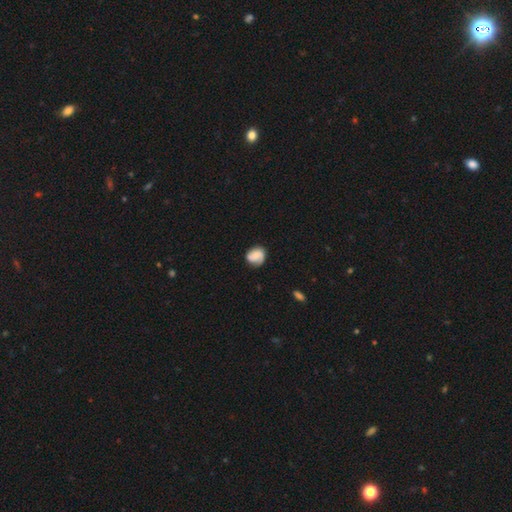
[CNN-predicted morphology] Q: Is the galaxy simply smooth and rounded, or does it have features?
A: smooth — 51%.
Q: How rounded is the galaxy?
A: round — 71%.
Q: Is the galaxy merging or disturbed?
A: none — 69%.